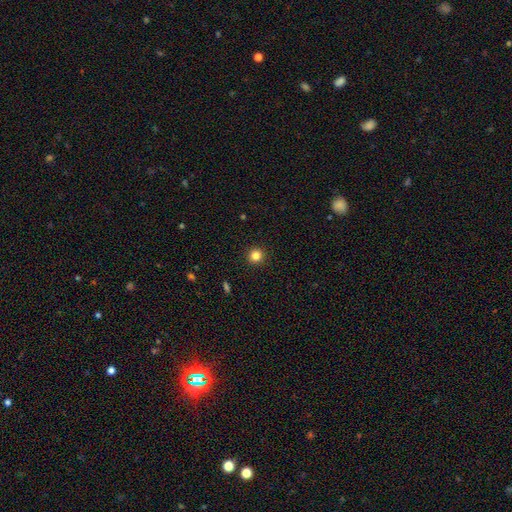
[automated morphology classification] Overall: smooth (84%). How rounded: round (94%). Merging: none (93%).